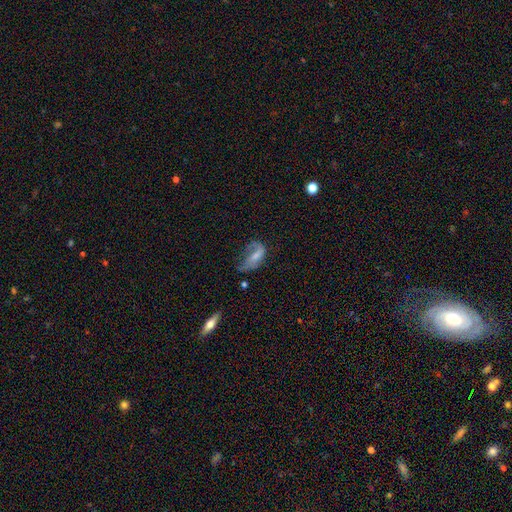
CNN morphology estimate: Smooth or featured?
  - featured or disk: 48% *
  - smooth: 43%
  - star or artifact: 9%
Merging?
  - major disturbance: 47% *
  - minor disturbance: 25%
  - none: 24%
  - merger: 4%